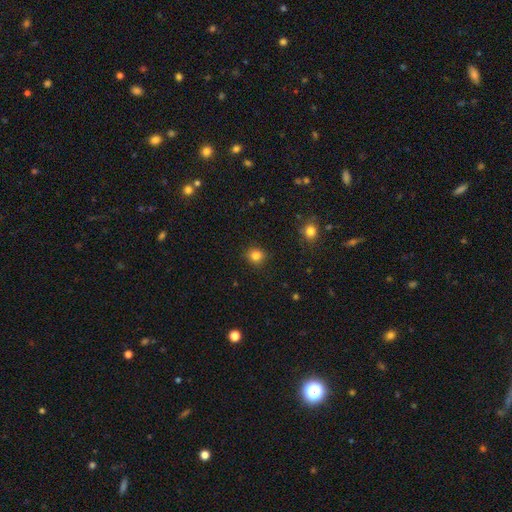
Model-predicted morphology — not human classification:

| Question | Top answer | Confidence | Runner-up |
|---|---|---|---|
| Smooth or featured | smooth | 84% | star or artifact (12%) |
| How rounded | round | 83% | in between (16%) |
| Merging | none | 88% | minor disturbance (8%) |